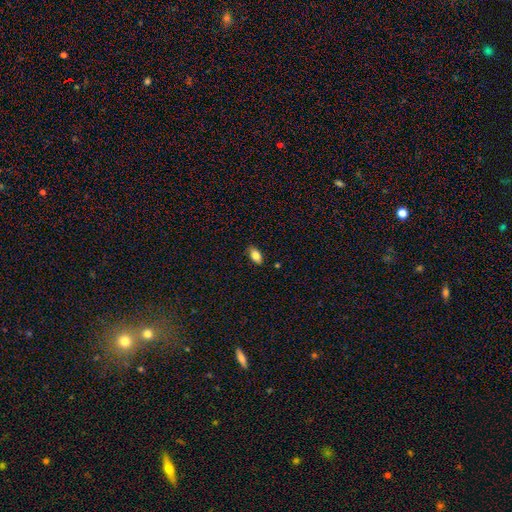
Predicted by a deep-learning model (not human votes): smooth 83%, featured or disk 10%, star or artifact 8%. Down the decision tree: how rounded — in between (91%); merging — none (85%).